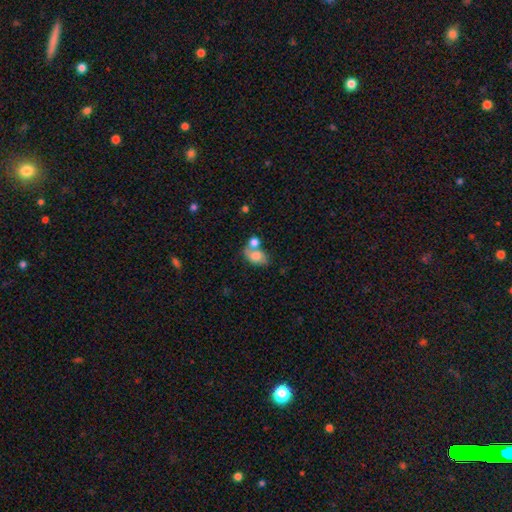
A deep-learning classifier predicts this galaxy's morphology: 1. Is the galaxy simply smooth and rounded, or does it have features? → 69% smooth, 22% featured or disk, 9% star or artifact.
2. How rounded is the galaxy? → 81% in between, 17% round, 2% cigar-shaped.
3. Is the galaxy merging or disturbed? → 42% merger, 33% none, 16% minor disturbance, 9% major disturbance.